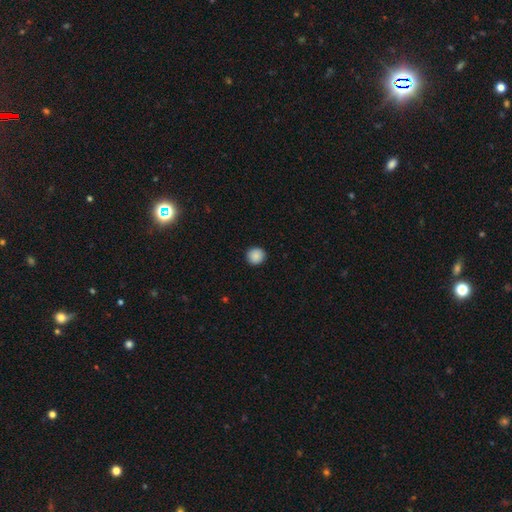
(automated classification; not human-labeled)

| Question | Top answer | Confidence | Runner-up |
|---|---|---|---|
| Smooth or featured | smooth | 89% | star or artifact (9%) |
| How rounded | round | 92% | in between (7%) |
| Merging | none | 92% | minor disturbance (5%) |